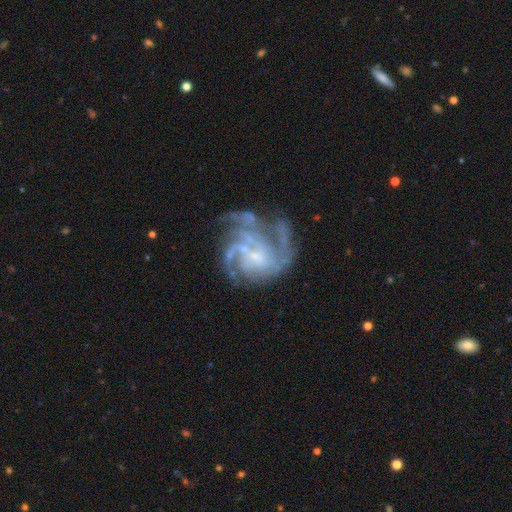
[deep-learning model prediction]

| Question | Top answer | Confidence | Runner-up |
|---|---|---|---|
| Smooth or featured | featured or disk | 85% | star or artifact (8%) |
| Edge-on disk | no | 98% | yes (2%) |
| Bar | no | 56% | weak (36%) |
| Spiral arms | yes | 93% | no (7%) |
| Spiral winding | medium | 43% | tight (42%) |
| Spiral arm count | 4 | 30% | 3 (23%) |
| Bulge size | small | 58% | moderate (20%) |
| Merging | none | 52% | major disturbance (24%) |